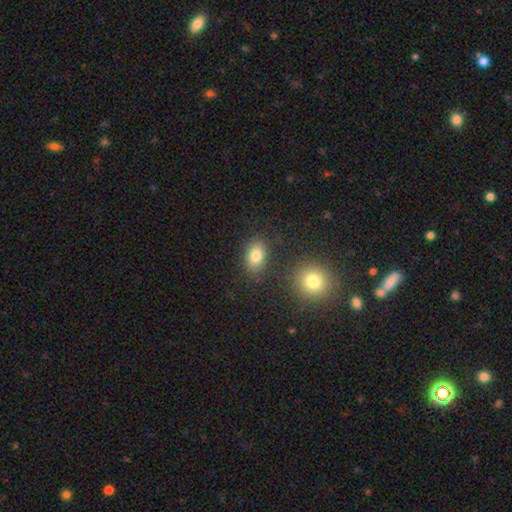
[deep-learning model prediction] smooth-or-featured: smooth: 81% | star or artifact: 10% | featured or disk: 9%
  how-rounded: in between: 79% | round: 19% | cigar-shaped: 2%
  merging: none: 79% | minor disturbance: 11% | merger: 6% | major disturbance: 4%